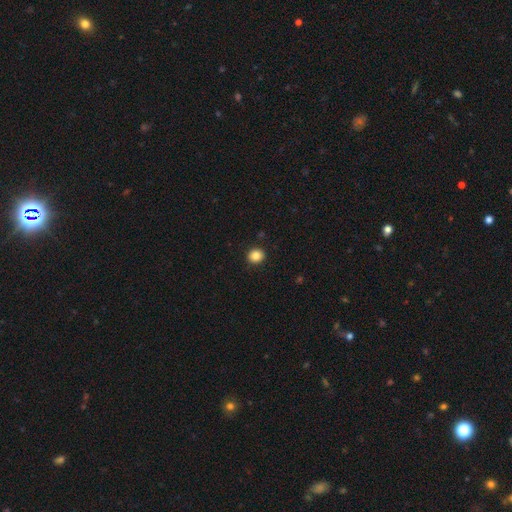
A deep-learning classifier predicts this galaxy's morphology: type=smooth (86%); roundness=round (82%); merging=none (92%).